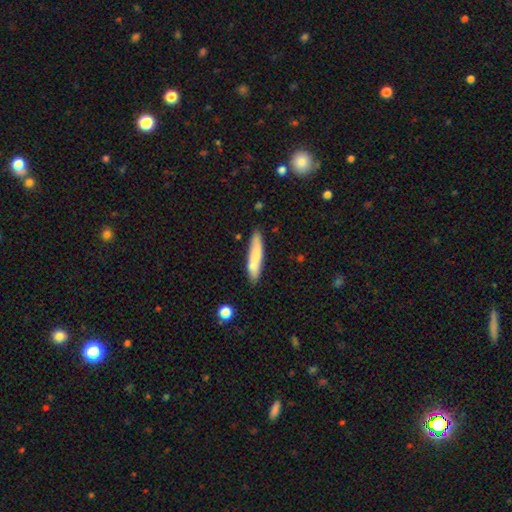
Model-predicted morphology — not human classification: smooth 74%, featured or disk 21%, star or artifact 6%. Down the decision tree: how rounded — cigar-shaped (85%); merging — none (79%).